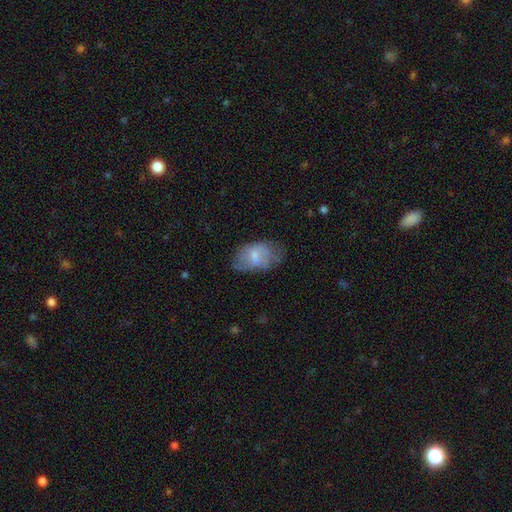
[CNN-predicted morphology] A smooth galaxy with no disk features (66%) that is in between round and cigar-shaped (90%).

Vote fractions:
- Smooth or featured? smooth: 66% / featured or disk: 27% / star or artifact: 7%
- How rounded? in between: 90% / round: 9% / cigar-shaped: 2%
- Merging? none: 57% / minor disturbance: 29% / major disturbance: 12% / merger: 1%